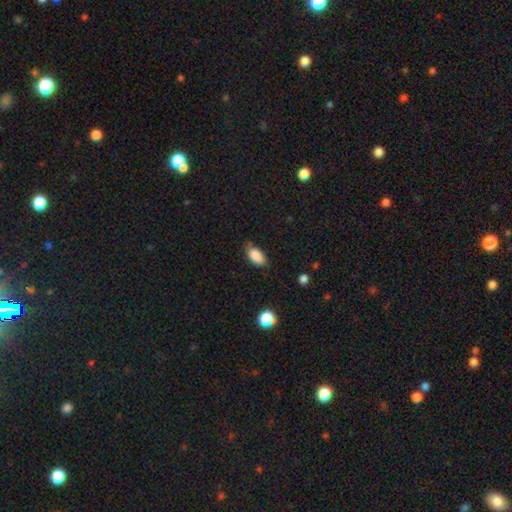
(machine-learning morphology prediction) Smooth or featured?
  - smooth: 87% *
  - star or artifact: 7%
  - featured or disk: 6%
How rounded?
  - in between: 92% *
  - cigar-shaped: 4%
  - round: 4%
Merging?
  - none: 73% *
  - minor disturbance: 21%
  - major disturbance: 4%
  - merger: 2%